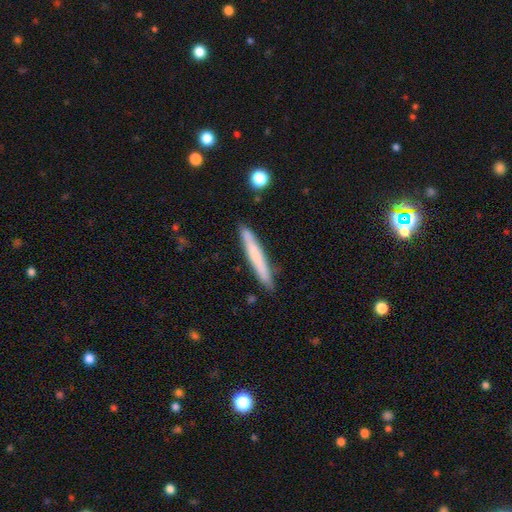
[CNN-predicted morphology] A smooth galaxy with no disk features (66%) that is cigar-shaped (96%). Merging: none (88%).